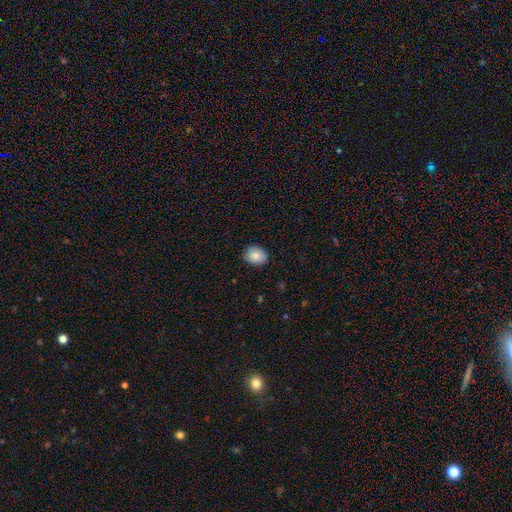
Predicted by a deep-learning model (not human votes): smooth_or_featured: smooth (p=0.84) [alt: star or artifact p=0.08]
how_rounded: round (p=0.58) [alt: in between p=0.41]
merging: none (p=0.85) [alt: minor disturbance p=0.12]